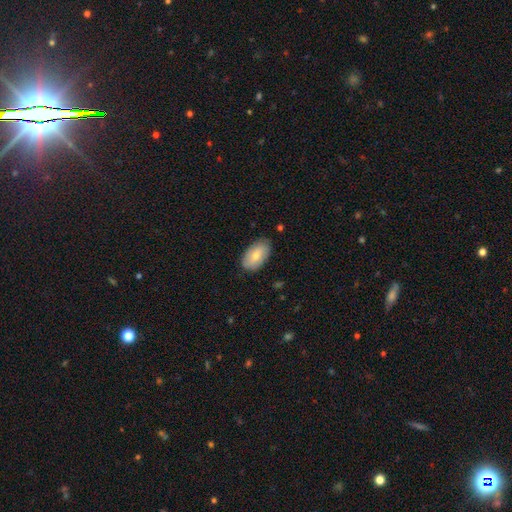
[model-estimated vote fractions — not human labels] Q: Smooth or featured?
A: smooth (71%); runner-up: featured or disk (23%)
Q: How rounded?
A: in between (94%); runner-up: round (4%)
Q: Merging?
A: none (81%); runner-up: minor disturbance (15%)